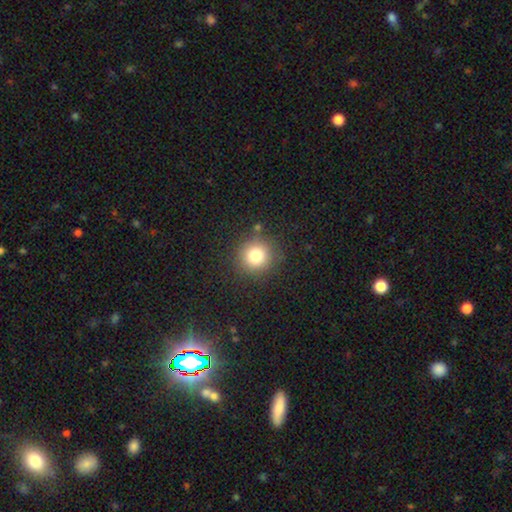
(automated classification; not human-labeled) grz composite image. It shows a smooth galaxy with no disk features (79%) that is round (93%). Merging: none (86%).